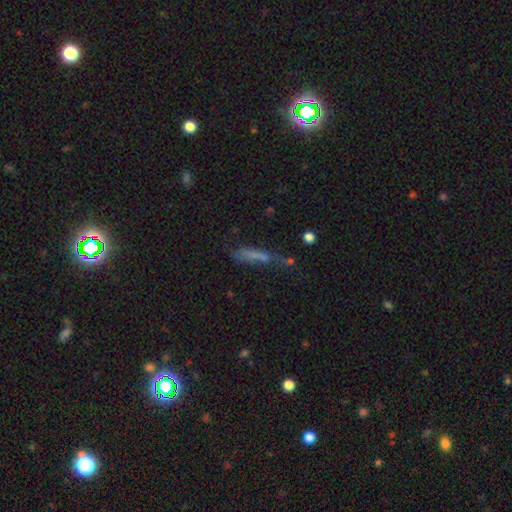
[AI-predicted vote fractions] The model was most divided on "merging": none: 41%, minor disturbance: 23%, major disturbance: 22%, merger: 14%. More confident: how rounded — cigar-shaped (78%); smooth or featured — smooth (53%).